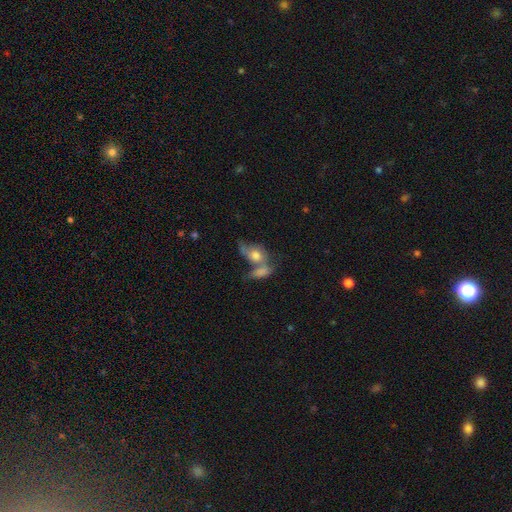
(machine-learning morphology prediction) This appears to be a smooth galaxy with no disk features (61%) that is in between round and cigar-shaped (69%). Merging: merger (56%).